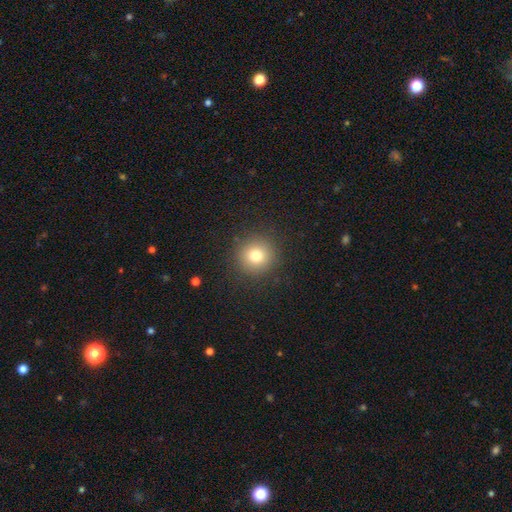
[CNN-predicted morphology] Smooth or featured: smooth — 77% (star or artifact — 14%)
How rounded: round — 94% (in between — 5%)
Merging: none — 90% (minor disturbance — 6%)